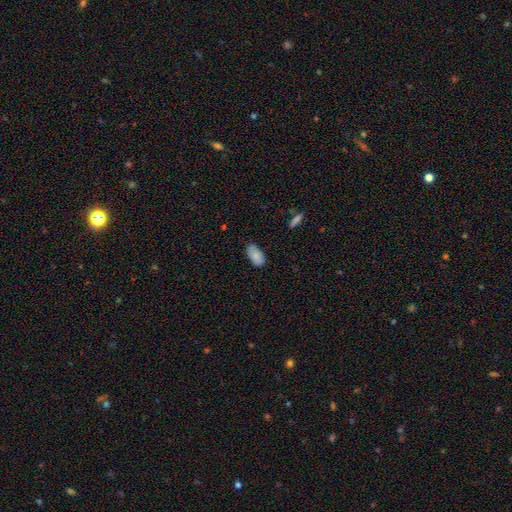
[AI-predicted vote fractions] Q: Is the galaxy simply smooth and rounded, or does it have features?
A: smooth — 84%.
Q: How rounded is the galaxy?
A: in between — 94%.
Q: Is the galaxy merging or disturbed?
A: none — 74%.